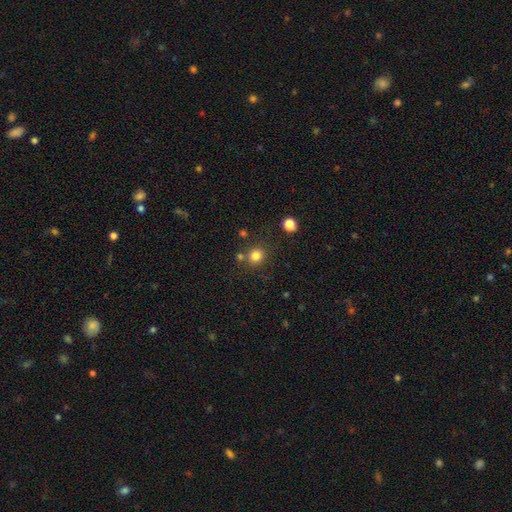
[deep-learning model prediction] Smooth or featured: smooth — 81% (star or artifact — 14%)
How rounded: round — 87% (in between — 12%)
Merging: none — 77% (merger — 10%)